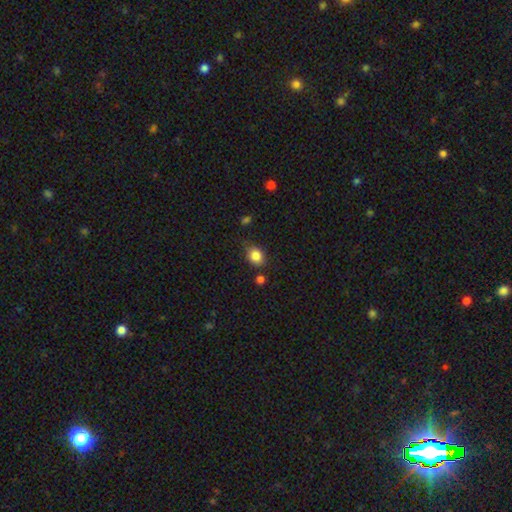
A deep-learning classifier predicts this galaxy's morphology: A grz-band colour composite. It shows a smooth galaxy with no disk features (85%) that is round (54%). Merging: none (74%).